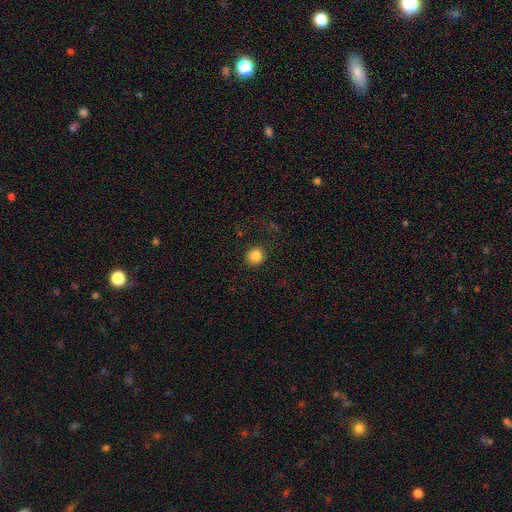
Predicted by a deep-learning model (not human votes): Smooth or featured?
  - smooth: 84% *
  - star or artifact: 11%
  - featured or disk: 5%
How rounded?
  - round: 90% *
  - in between: 9%
  - cigar-shaped: 1%
Merging?
  - none: 89% *
  - minor disturbance: 7%
  - major disturbance: 3%
  - merger: 1%